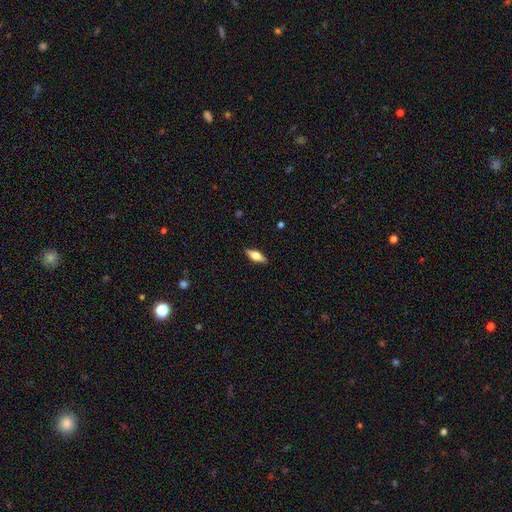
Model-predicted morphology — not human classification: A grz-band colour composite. It shows a smooth galaxy with no disk features (54%) that is in between round and cigar-shaped (67%). Merging: none (88%).